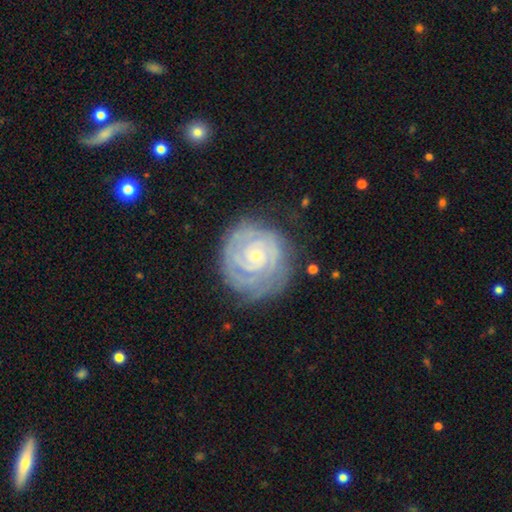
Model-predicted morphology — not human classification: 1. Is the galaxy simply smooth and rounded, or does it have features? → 87% featured or disk, 7% smooth, 6% star or artifact.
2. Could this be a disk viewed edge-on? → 98% no, 2% yes.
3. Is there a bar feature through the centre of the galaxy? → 75% no, 19% weak, 6% strong.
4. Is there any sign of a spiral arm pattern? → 97% yes, 3% no.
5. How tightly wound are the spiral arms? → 85% tight, 13% medium, 2% loose.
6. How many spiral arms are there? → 44% 2, 19% can't tell, 19% 3, 8% 4, 5% 1, 5% more than 4.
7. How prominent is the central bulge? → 79% small, 17% moderate, 2% none, 1% large, 1% dominant.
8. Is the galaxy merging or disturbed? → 73% none, 18% minor disturbance, 7% major disturbance, 1% merger.